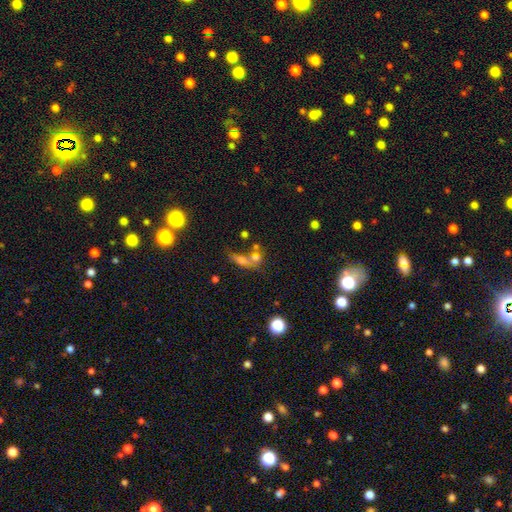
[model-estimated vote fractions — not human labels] The model was most divided on "how rounded": in between: 45%, round: 43%, cigar-shaped: 12%. Remaining: smooth or featured — smooth (56%); merging — merger (49%).